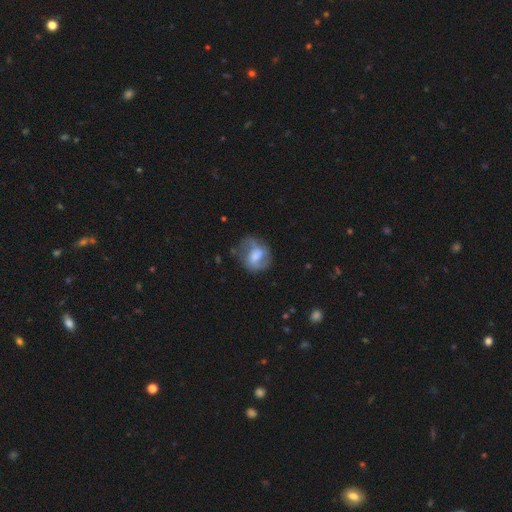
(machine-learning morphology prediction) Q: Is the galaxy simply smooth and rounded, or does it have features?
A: featured or disk — 58%.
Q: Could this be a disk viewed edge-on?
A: no — 97%.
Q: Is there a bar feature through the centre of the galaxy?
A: weak — 44%.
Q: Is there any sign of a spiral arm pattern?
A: yes — 76%.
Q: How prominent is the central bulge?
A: moderate — 36%.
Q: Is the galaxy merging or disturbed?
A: none — 55%.